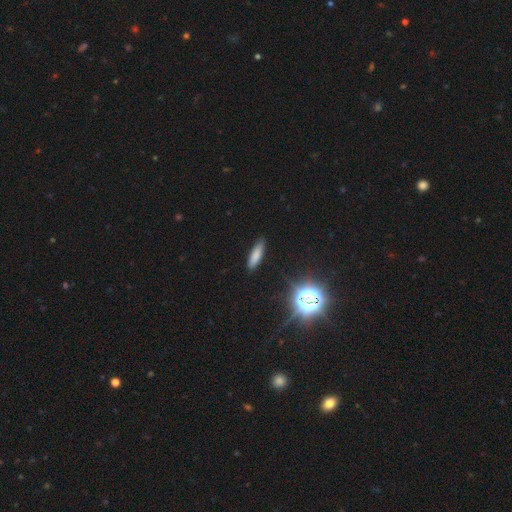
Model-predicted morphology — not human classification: This appears to be a smooth galaxy with no disk features (76%) that is cigar-shaped (64%). Merging: none (86%).